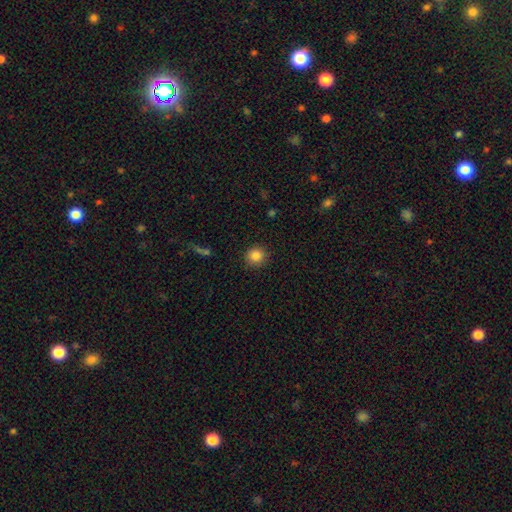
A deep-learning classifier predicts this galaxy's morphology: Smooth or featured?
  - smooth: 85% *
  - star or artifact: 10%
  - featured or disk: 4%
How rounded?
  - round: 89% *
  - in between: 10%
  - cigar-shaped: 1%
Merging?
  - none: 89% *
  - minor disturbance: 7%
  - major disturbance: 2%
  - merger: 1%